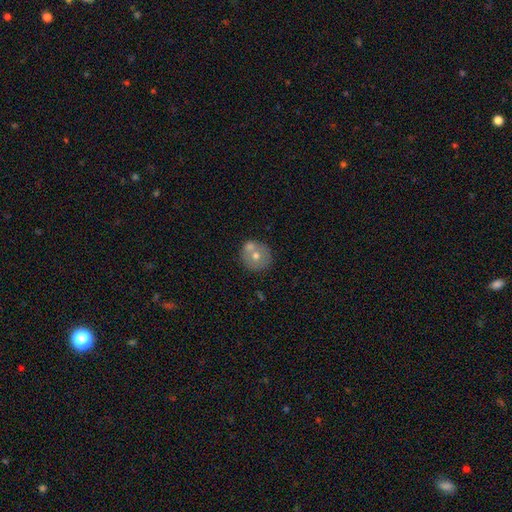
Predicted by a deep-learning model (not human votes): Morphology: type=smooth (62%); roundness=round (89%); merging=none (56%).